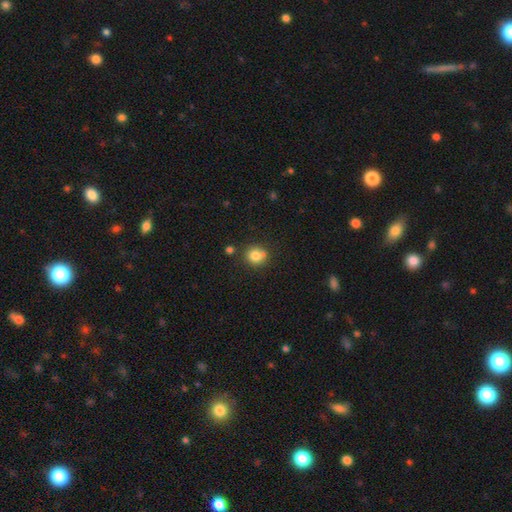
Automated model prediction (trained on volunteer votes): Q: Smooth or featured?
A: smooth (79%); runner-up: star or artifact (11%)
Q: How rounded?
A: round (88%); runner-up: in between (11%)
Q: Merging?
A: none (67%); runner-up: merger (19%)